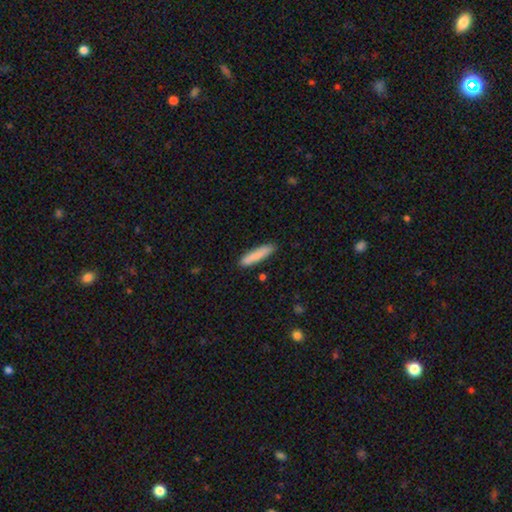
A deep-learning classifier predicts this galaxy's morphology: type=smooth (85%); roundness=cigar-shaped (86%); merging=none (86%).